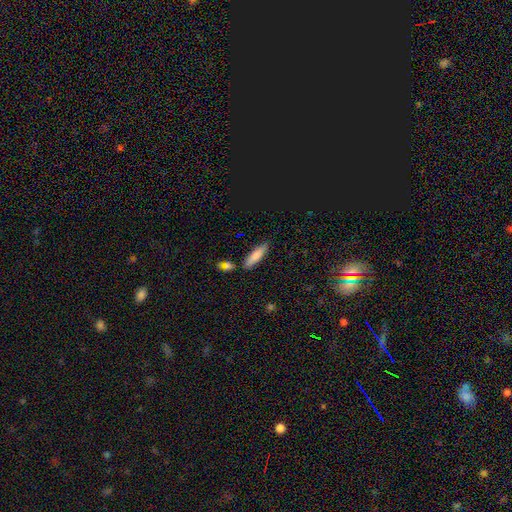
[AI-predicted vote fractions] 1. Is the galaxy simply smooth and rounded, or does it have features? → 78% smooth, 15% featured or disk, 7% star or artifact.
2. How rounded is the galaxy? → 66% cigar-shaped, 32% in between, 2% round.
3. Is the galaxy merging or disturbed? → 81% none, 12% minor disturbance, 5% merger, 3% major disturbance.